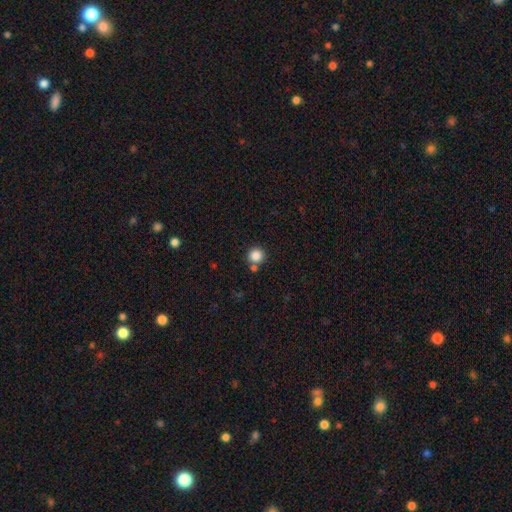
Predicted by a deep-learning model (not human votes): Overall: smooth (85%). How rounded: round (93%). Merging: none (75%).